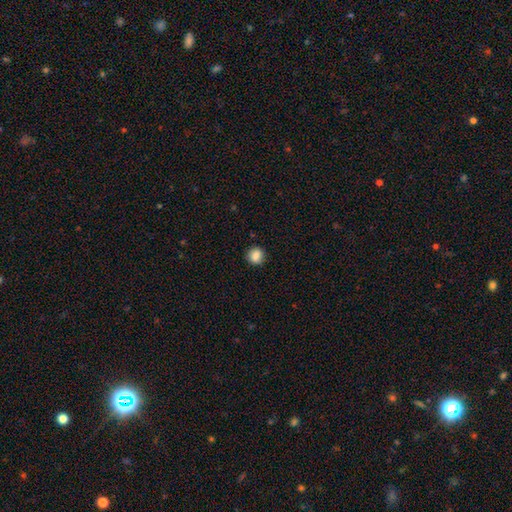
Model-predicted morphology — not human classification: type=smooth (87%); roundness=round (88%); merging=none (89%).